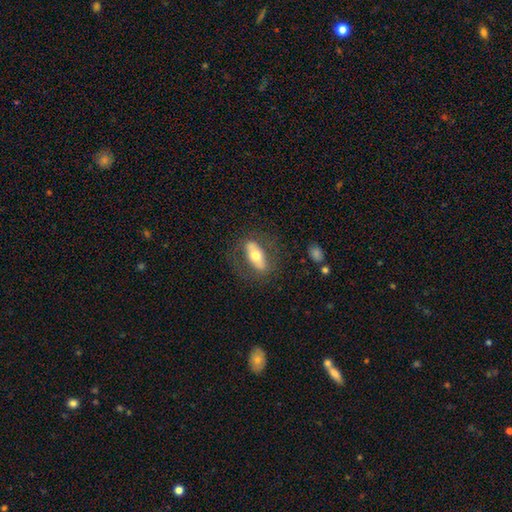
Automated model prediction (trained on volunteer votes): Q: Smooth or featured?
A: smooth (47%); tied with: featured or disk (47%)
Q: Merging?
A: none (72%); runner-up: minor disturbance (16%)